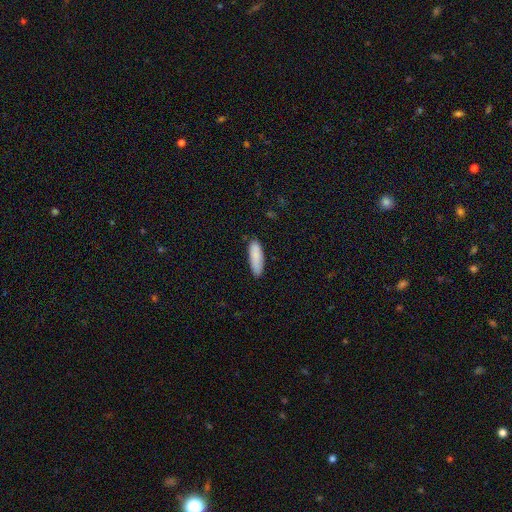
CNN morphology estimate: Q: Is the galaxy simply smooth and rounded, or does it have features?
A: smooth — 88%.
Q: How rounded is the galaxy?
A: cigar-shaped — 51%.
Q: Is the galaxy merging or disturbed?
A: none — 85%.